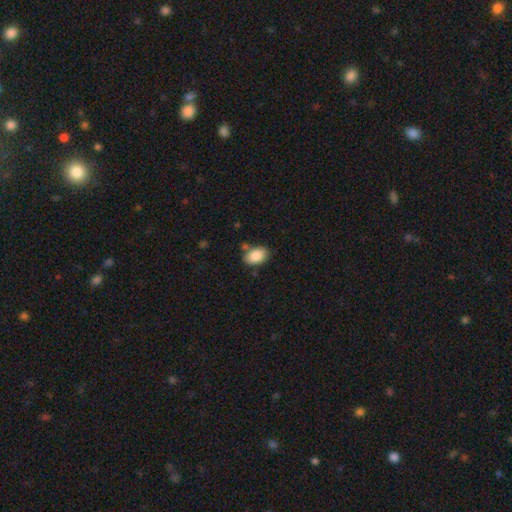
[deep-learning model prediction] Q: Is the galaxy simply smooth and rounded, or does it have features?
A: smooth — 87%.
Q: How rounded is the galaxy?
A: in between — 87%.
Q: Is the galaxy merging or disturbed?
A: none — 76%.